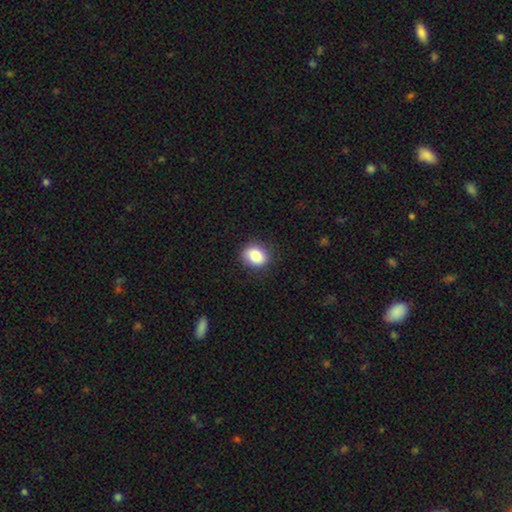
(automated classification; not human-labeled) Smooth or featured? Predicted: smooth (p=0.86). How rounded? Predicted: round (p=0.54). Merging? Predicted: none (p=0.85).